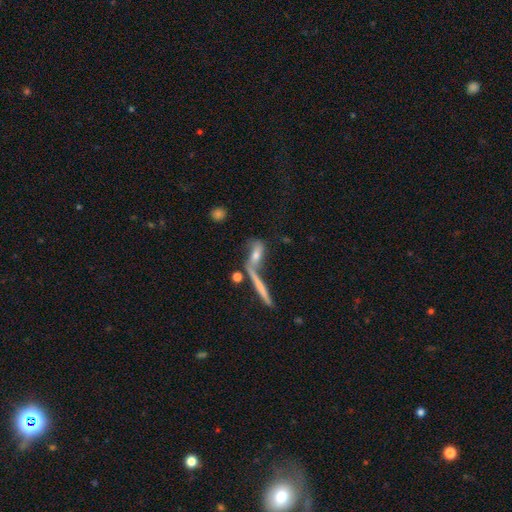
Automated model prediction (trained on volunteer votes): This appears to be a featured or disk galaxy (56%) viewed edge-on (62%). Merging: merger (41%).